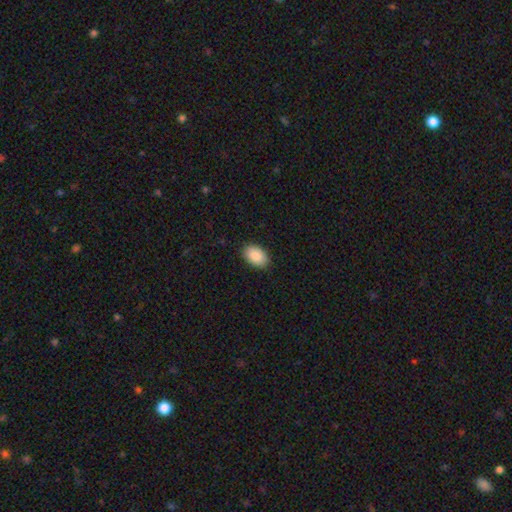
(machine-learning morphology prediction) Overall: smooth (89%). How rounded: in between (90%). Merging: none (89%).